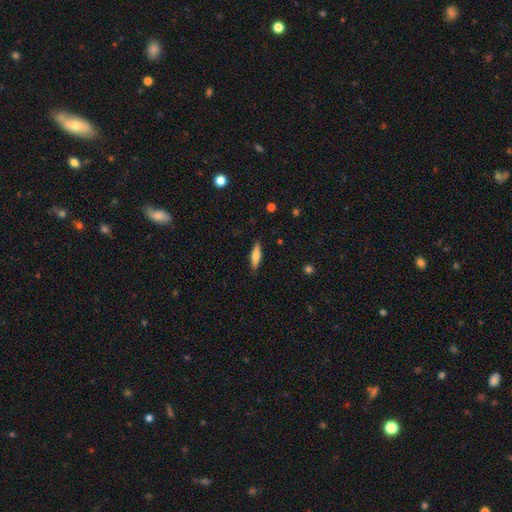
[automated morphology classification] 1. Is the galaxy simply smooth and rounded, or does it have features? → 59% smooth, 35% featured or disk, 6% star or artifact.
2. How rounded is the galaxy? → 67% cigar-shaped, 31% in between, 2% round.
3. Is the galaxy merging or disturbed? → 88% none, 9% minor disturbance, 2% major disturbance, 1% merger.